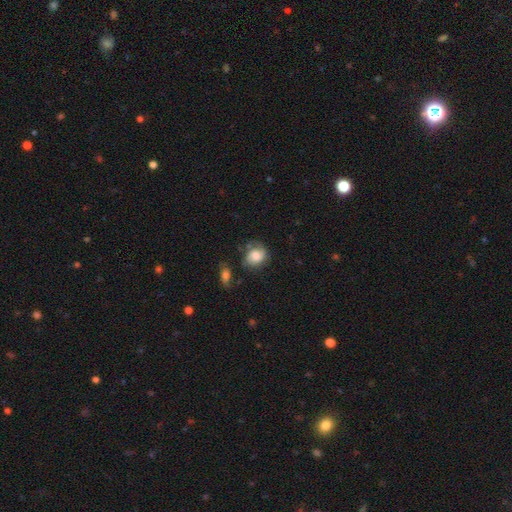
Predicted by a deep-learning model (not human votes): Q: Smooth or featured?
A: smooth (63%); runner-up: featured or disk (28%)
Q: How rounded?
A: round (54%); runner-up: in between (45%)
Q: Merging?
A: none (50%); runner-up: minor disturbance (29%)